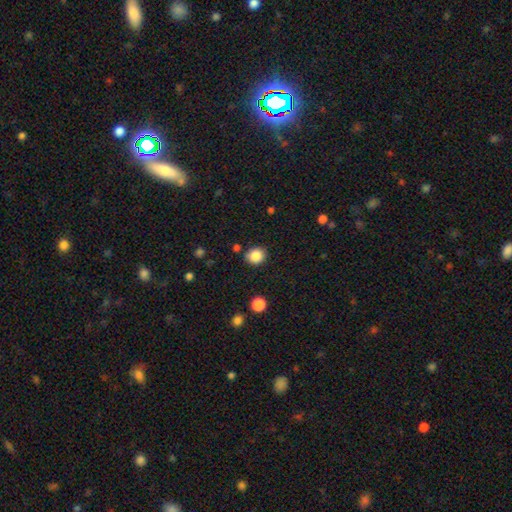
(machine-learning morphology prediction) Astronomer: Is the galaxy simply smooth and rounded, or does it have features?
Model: smooth — 85%.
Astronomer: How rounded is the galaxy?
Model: round — 83%.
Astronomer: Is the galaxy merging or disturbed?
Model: none — 84%.